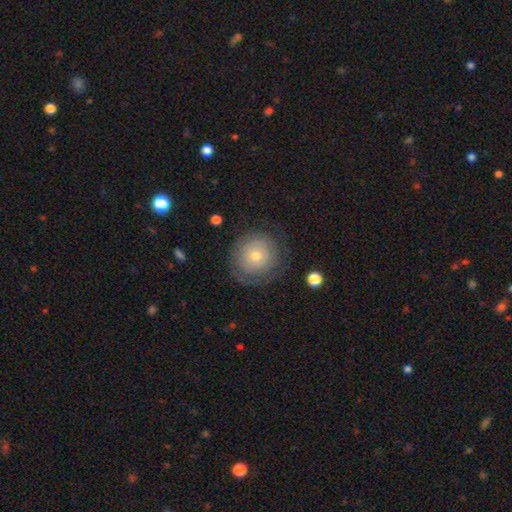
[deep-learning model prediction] Smooth or featured? featured or disk (49%)
Merging? none (73%)